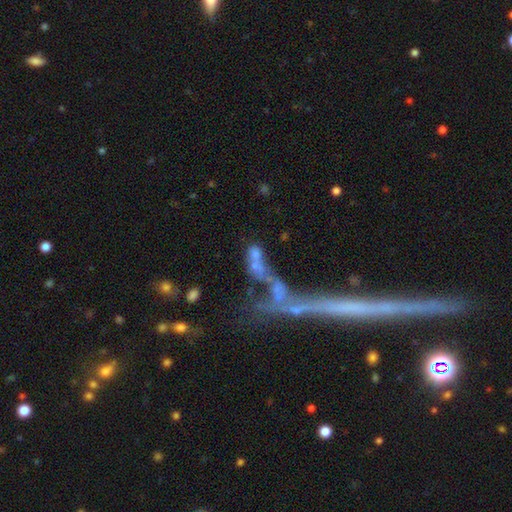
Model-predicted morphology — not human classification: Smooth or featured?
  - featured or disk: 43% *
  - smooth: 35%
  - star or artifact: 23%
Merging?
  - merger: 48% *
  - none: 22%
  - major disturbance: 20%
  - minor disturbance: 10%